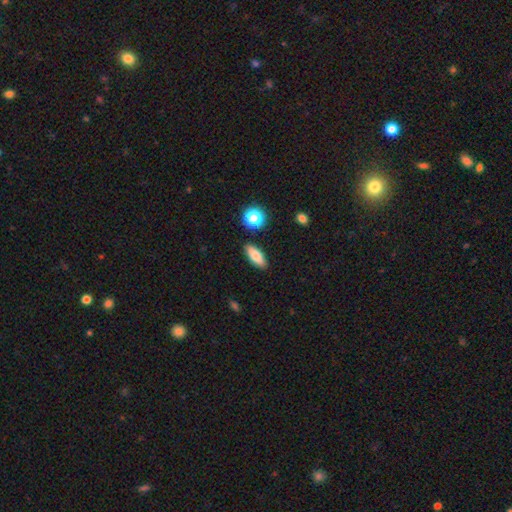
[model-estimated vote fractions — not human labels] Q: Smooth or featured?
A: smooth (77%); runner-up: featured or disk (15%)
Q: How rounded?
A: in between (69%); runner-up: cigar-shaped (27%)
Q: Merging?
A: none (87%); runner-up: minor disturbance (8%)